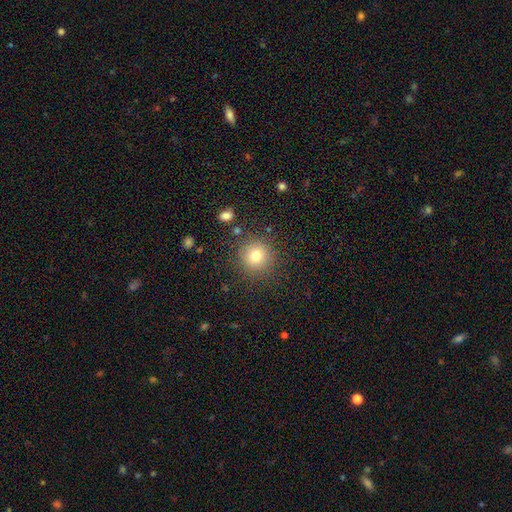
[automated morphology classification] smooth_or_featured: smooth (p=0.79) [alt: star or artifact p=0.13]
how_rounded: round (p=0.93) [alt: in between p=0.06]
merging: none (p=0.86) [alt: minor disturbance p=0.08]